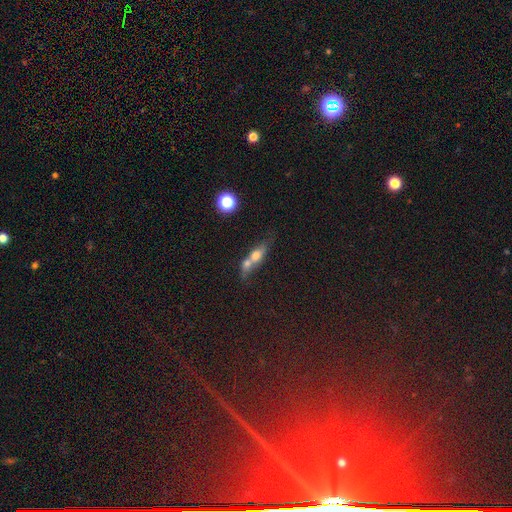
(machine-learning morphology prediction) Smooth or featured? smooth (58%)
How rounded? in between (53%)
Merging? merger (63%)